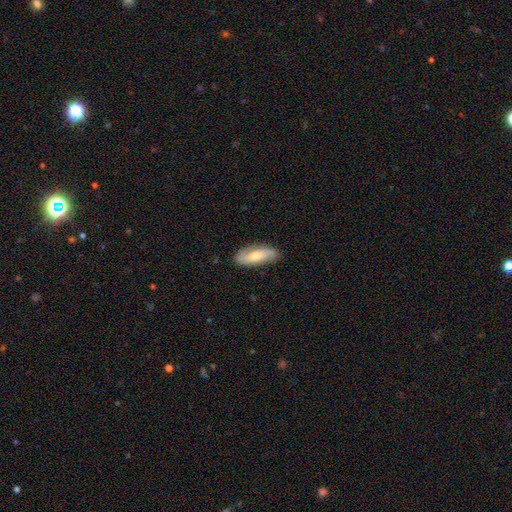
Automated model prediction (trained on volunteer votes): Smooth or featured? smooth (49%)
Merging? none (80%)